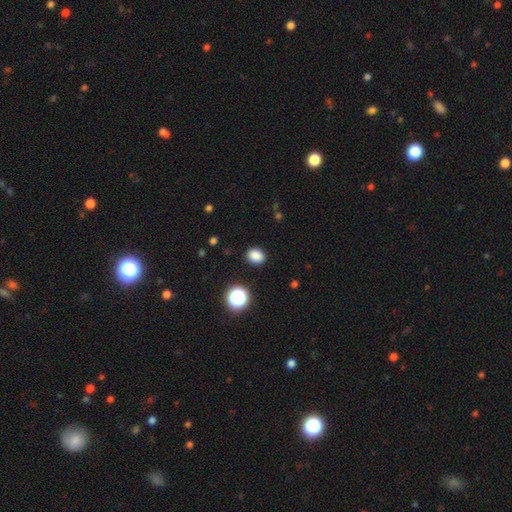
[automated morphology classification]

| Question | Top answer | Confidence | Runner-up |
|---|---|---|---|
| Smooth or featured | smooth | 85% | star or artifact (12%) |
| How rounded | in between | 54% | round (45%) |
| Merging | none | 89% | minor disturbance (8%) |